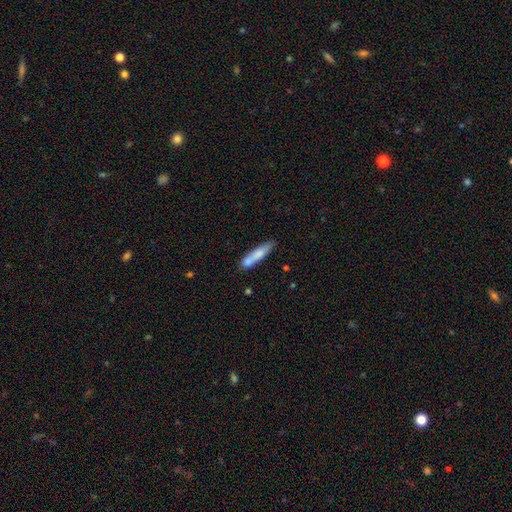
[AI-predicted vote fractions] A smooth galaxy with no disk features (69%) that is cigar-shaped (83%).

Vote fractions:
- Smooth or featured? smooth: 69% / featured or disk: 24% / star or artifact: 6%
- How rounded? cigar-shaped: 83% / in between: 15% / round: 2%
- Merging? none: 61% / merger: 18% / minor disturbance: 17% / major disturbance: 4%